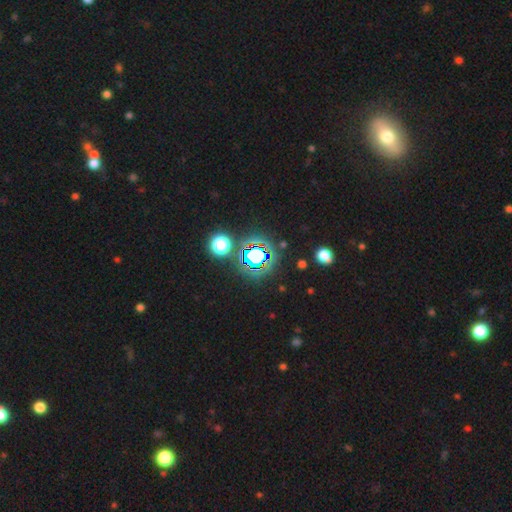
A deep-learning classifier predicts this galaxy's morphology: This appears to be a star or artifact, not a galaxy (66%).